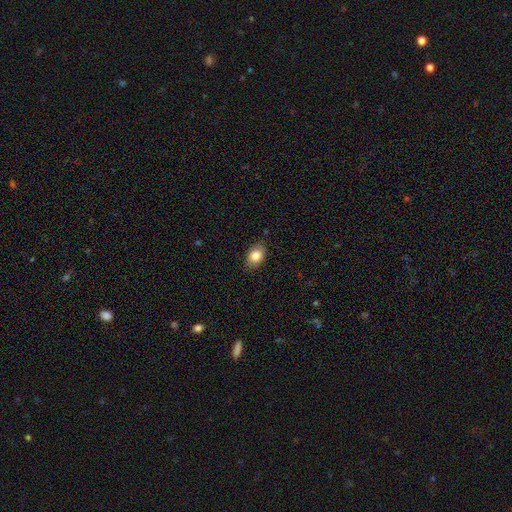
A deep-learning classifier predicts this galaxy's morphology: Smooth or featured: smooth — 82% (featured or disk — 10%)
How rounded: in between — 83% (round — 15%)
Merging: none — 82% (minor disturbance — 14%)